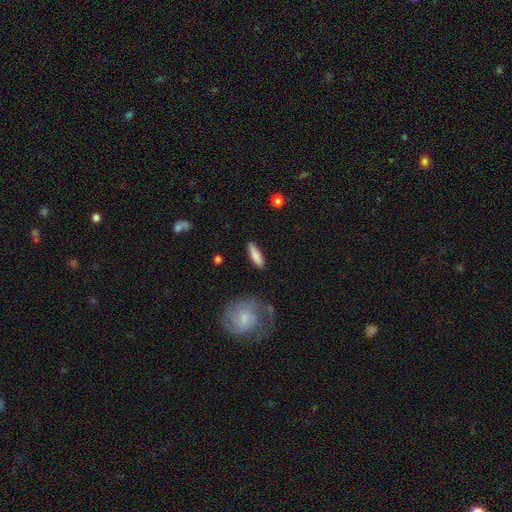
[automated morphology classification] Smooth or featured? Predicted: smooth (p=0.83). How rounded? Predicted: cigar-shaped (p=0.67). Merging? Predicted: none (p=0.87).